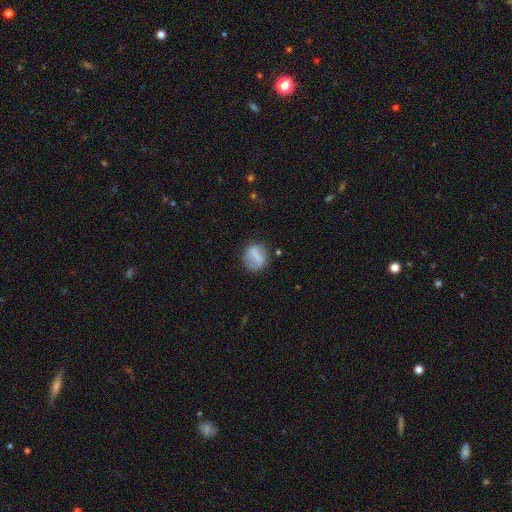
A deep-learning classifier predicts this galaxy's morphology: A smooth galaxy with no disk features (57%) that is round (59%). Merging: none (69%).